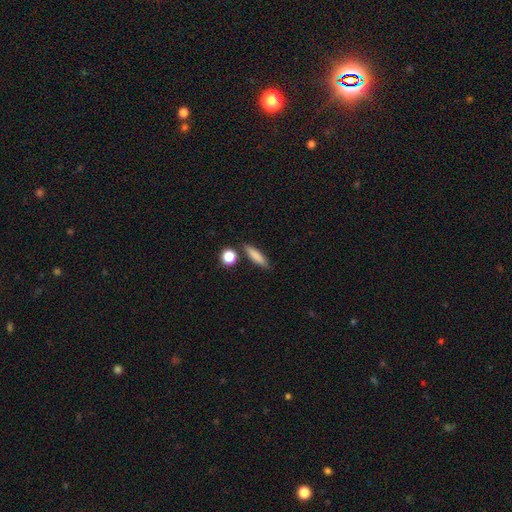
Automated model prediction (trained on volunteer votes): A smooth galaxy with no disk features (81%) that is cigar-shaped (69%).

Vote fractions:
- Smooth or featured? smooth: 81% / featured or disk: 11% / star or artifact: 7%
- How rounded? cigar-shaped: 69% / in between: 26% / round: 5%
- Merging? none: 82% / minor disturbance: 10% / merger: 6% / major disturbance: 3%